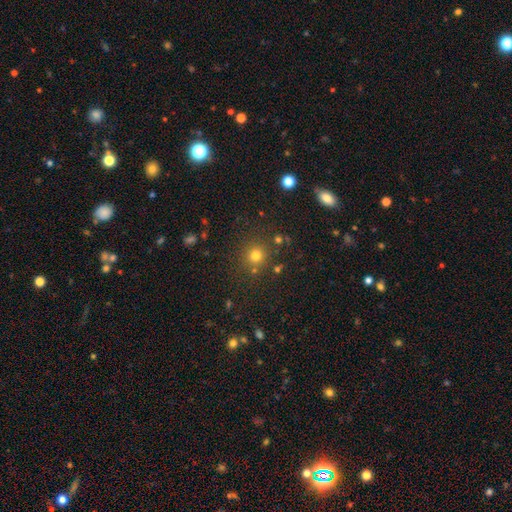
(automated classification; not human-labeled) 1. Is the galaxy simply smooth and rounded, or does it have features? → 76% smooth, 18% star or artifact, 6% featured or disk.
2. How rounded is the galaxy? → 92% round, 7% in between, 1% cigar-shaped.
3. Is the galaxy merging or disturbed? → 84% none, 8% minor disturbance, 5% merger, 3% major disturbance.